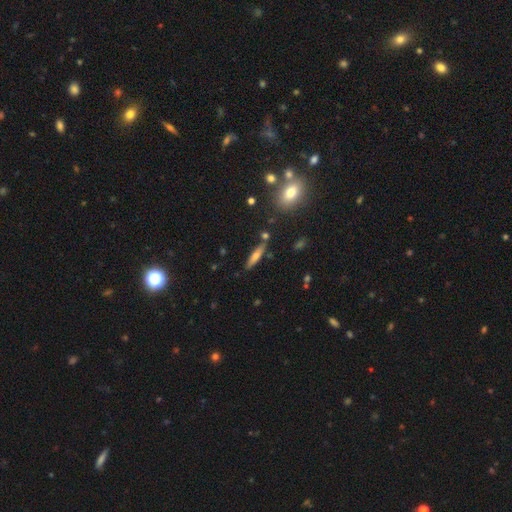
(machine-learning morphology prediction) smooth 51%, featured or disk 39%, star or artifact 9%. Down the decision tree: how rounded — cigar-shaped (79%); merging — none (82%).